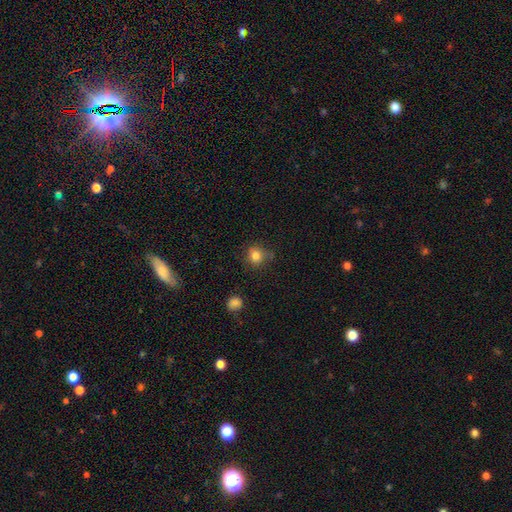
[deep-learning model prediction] Q: Smooth or featured?
A: smooth (83%); runner-up: star or artifact (12%)
Q: How rounded?
A: round (83%); runner-up: in between (16%)
Q: Merging?
A: none (74%); runner-up: minor disturbance (19%)